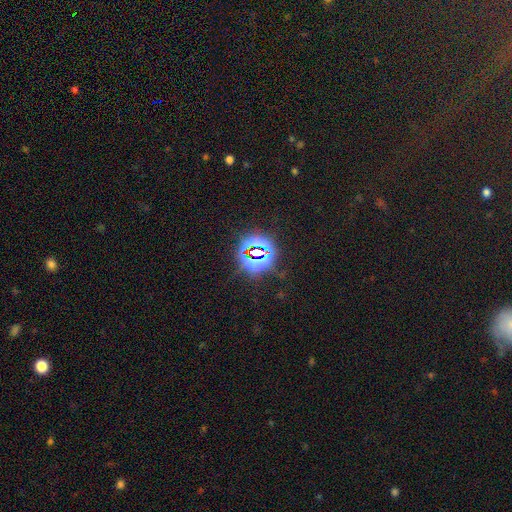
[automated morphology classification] Q: Smooth or featured?
A: star or artifact (80%); runner-up: smooth (12%)